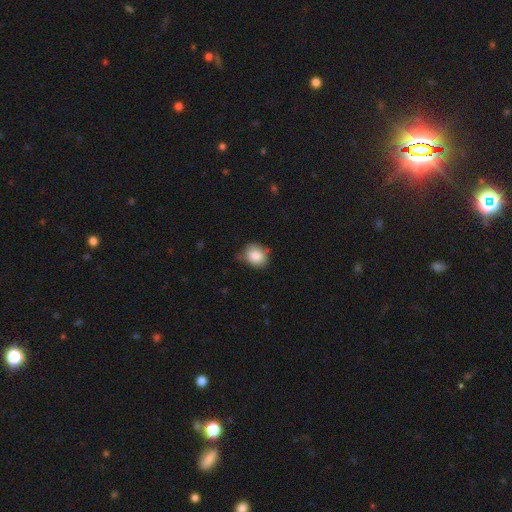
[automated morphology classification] Smooth or featured: smooth — 84% (star or artifact — 8%)
How rounded: round — 65% (in between — 34%)
Merging: none — 66% (minor disturbance — 26%)